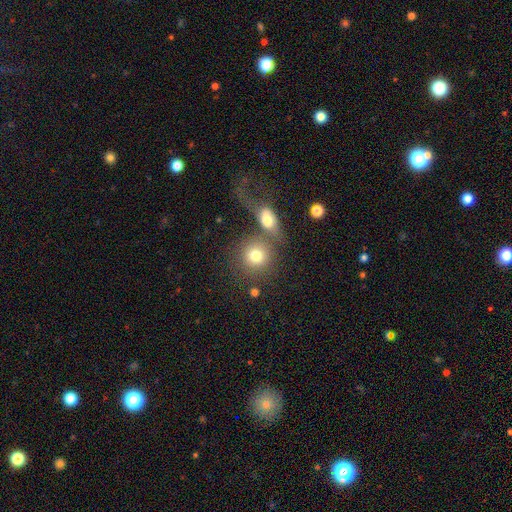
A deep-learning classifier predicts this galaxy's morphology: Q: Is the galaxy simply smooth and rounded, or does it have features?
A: smooth — 77%.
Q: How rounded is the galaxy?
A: round — 84%.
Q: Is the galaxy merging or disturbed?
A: none — 50%.